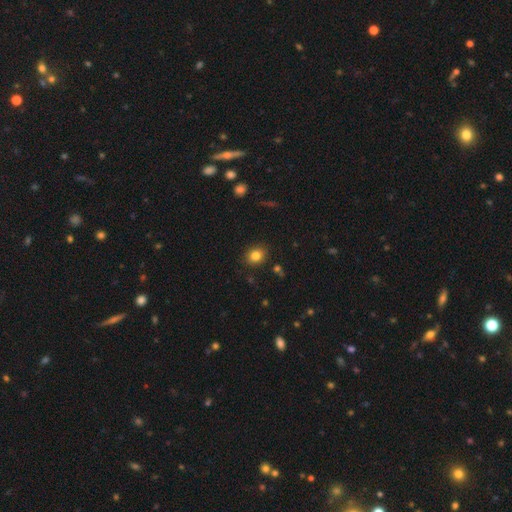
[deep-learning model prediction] smooth-or-featured: smooth: 82% | star or artifact: 11% | featured or disk: 7%
  how-rounded: round: 62% | in between: 37% | cigar-shaped: 1%
  merging: none: 88% | minor disturbance: 8% | major disturbance: 2% | merger: 2%